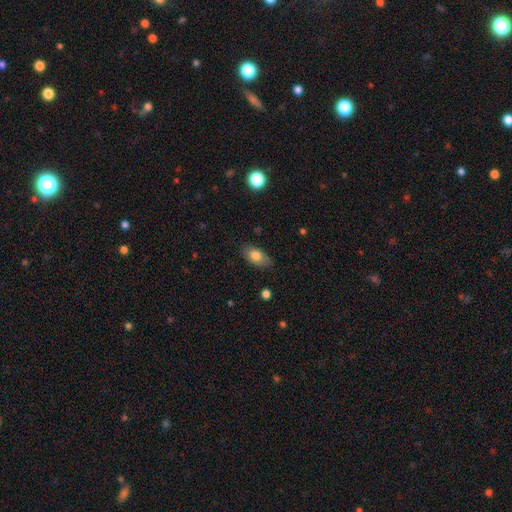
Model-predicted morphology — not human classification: Smooth or featured?
  - smooth: 78% *
  - featured or disk: 15%
  - star or artifact: 8%
How rounded?
  - in between: 90% *
  - round: 7%
  - cigar-shaped: 3%
Merging?
  - none: 80% *
  - minor disturbance: 16%
  - major disturbance: 3%
  - merger: 1%